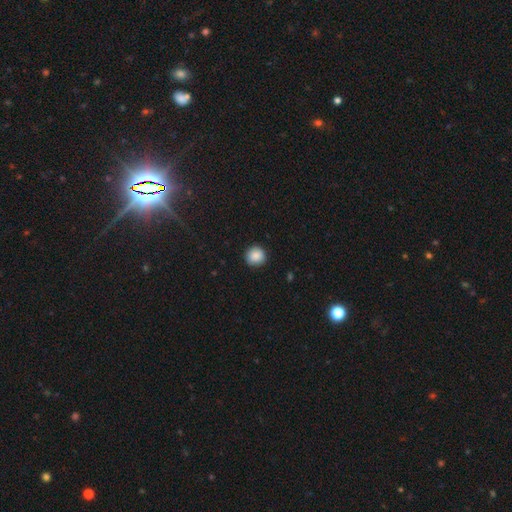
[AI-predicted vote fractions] Morphology: type=smooth (88%); roundness=round (94%); merging=none (90%).